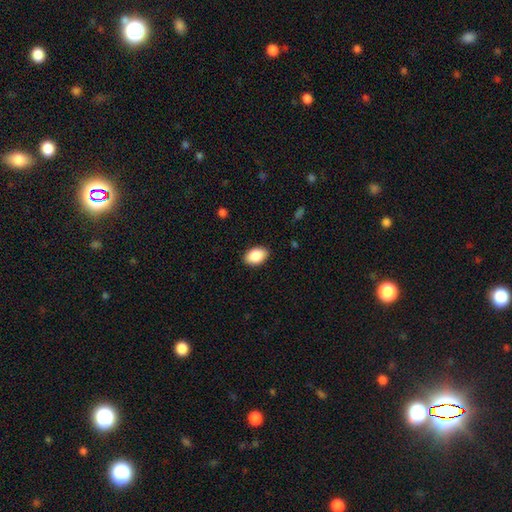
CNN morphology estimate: type=smooth (88%); roundness=in between (90%); merging=none (88%).